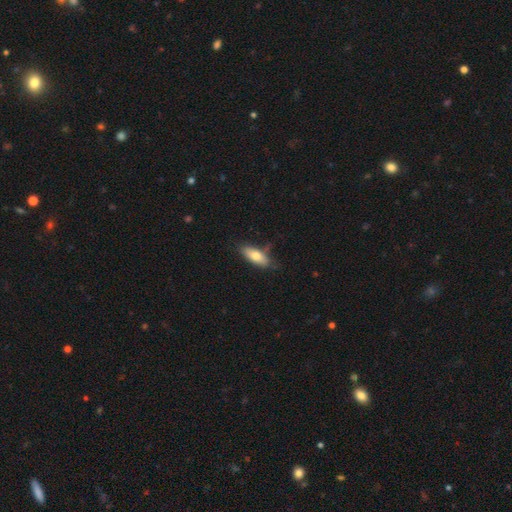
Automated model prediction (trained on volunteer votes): This appears to be a smooth galaxy with no disk features (75%) that is in between round and cigar-shaped (74%). Merging: none (72%).